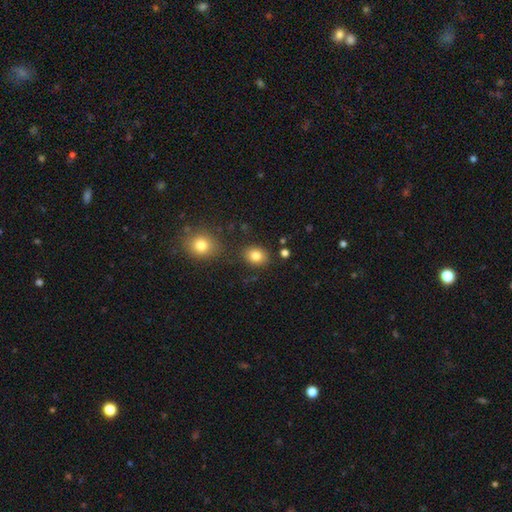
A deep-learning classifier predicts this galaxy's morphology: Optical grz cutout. It shows a smooth galaxy with no disk features (82%) that is in between round and cigar-shaped (50%). Merging: none (81%).